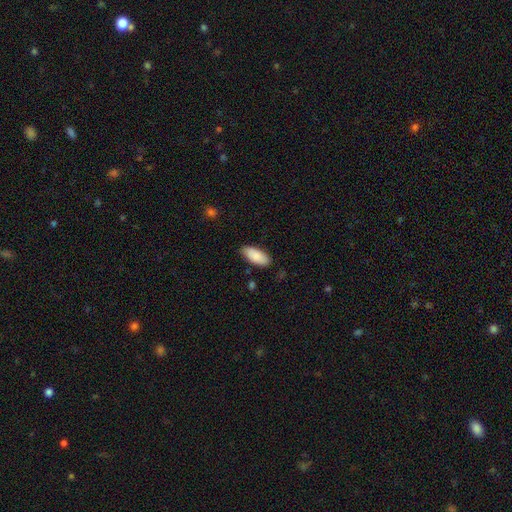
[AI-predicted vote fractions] Smooth or featured? smooth (89%)
How rounded? in between (88%)
Merging? none (84%)